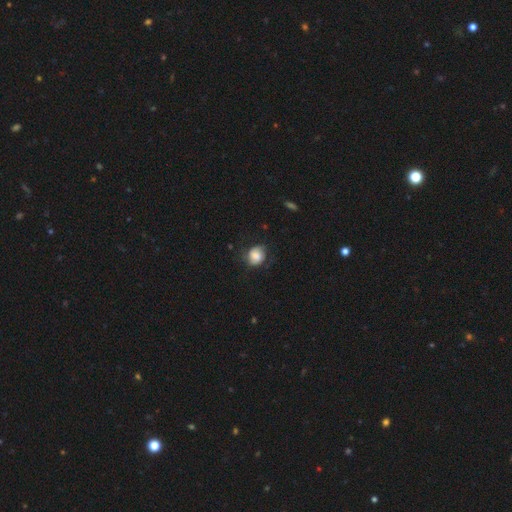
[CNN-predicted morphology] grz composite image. It shows a smooth galaxy with no disk features (69%) that is round (67%). Merging: none (61%).